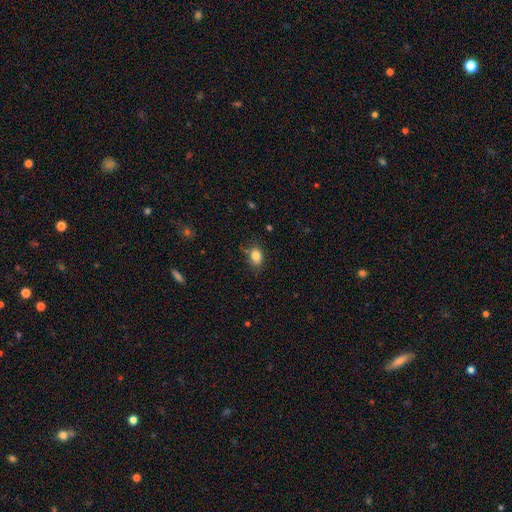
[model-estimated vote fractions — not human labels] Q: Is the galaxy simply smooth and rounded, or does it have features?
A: smooth — 84%.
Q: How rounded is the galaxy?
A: in between — 73%.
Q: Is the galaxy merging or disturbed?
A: none — 73%.